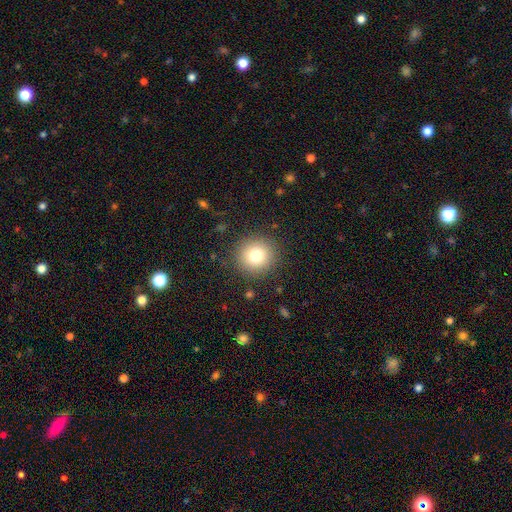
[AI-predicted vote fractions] A smooth galaxy with no disk features (78%) that is round (93%). Merging: none (89%).